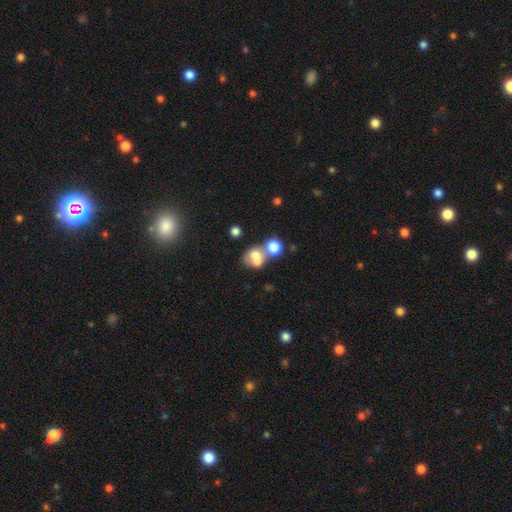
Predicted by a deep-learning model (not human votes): A smooth galaxy with no disk features (66%) that is round (61%).

Vote fractions:
- Smooth or featured? smooth: 66% / featured or disk: 21% / star or artifact: 13%
- How rounded? round: 61% / in between: 38% / cigar-shaped: 1%
- Merging? merger: 59% / none: 26% / minor disturbance: 8% / major disturbance: 6%